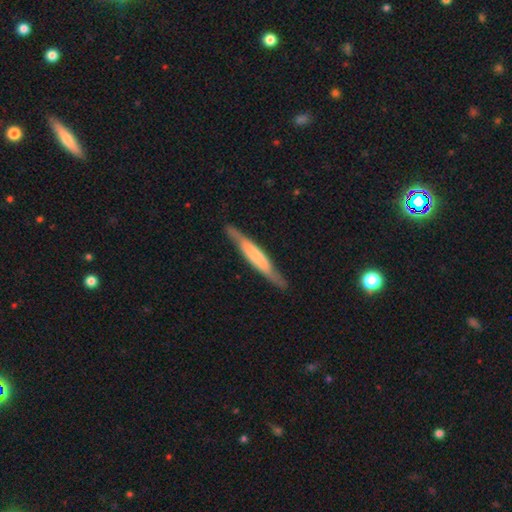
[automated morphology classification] smooth_or_featured: featured or disk (p=0.48) [alt: smooth p=0.47]
merging: none (p=0.83) [alt: minor disturbance p=0.13]